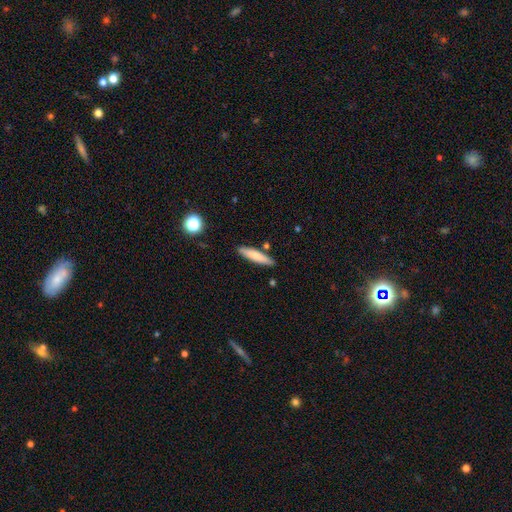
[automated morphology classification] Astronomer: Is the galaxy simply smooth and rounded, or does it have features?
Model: smooth — 76%.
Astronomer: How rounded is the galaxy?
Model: cigar-shaped — 85%.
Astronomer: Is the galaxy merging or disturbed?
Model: none — 85%.